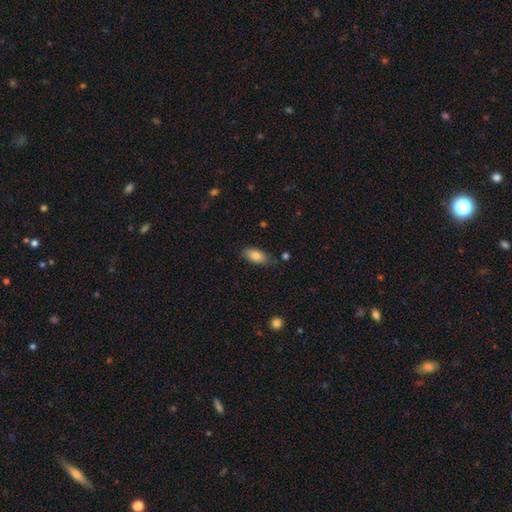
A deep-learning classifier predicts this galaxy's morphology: This appears to be a smooth galaxy with no disk features (82%) that is in between round and cigar-shaped (88%). Merging: none (76%).